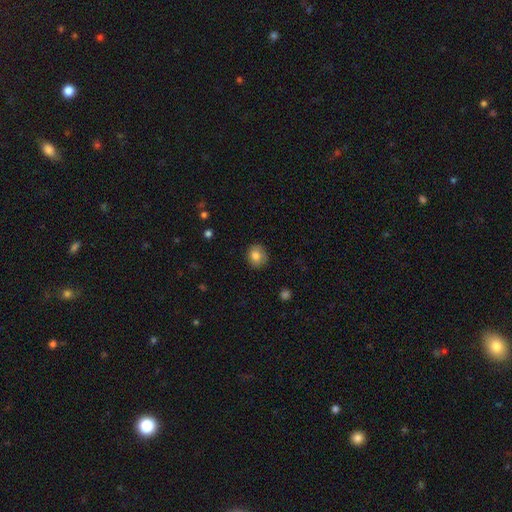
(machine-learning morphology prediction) smooth_or_featured: smooth (p=0.80) [alt: featured or disk p=0.11]
how_rounded: round (p=0.79) [alt: in between p=0.20]
merging: none (p=0.82) [alt: minor disturbance p=0.14]